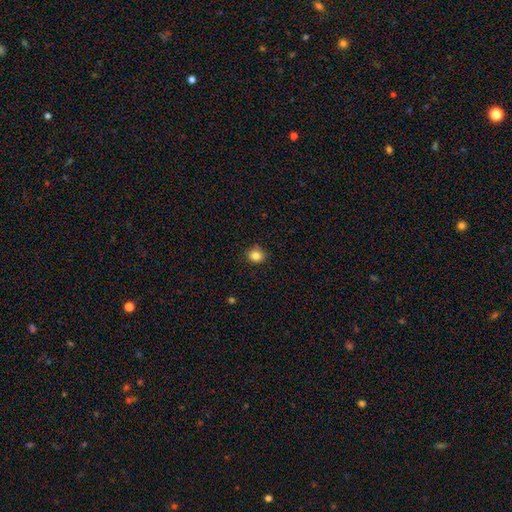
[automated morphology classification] This is clearly a smooth galaxy (84%). How rounded: clearly round (82%). Merging: clearly none (85%).